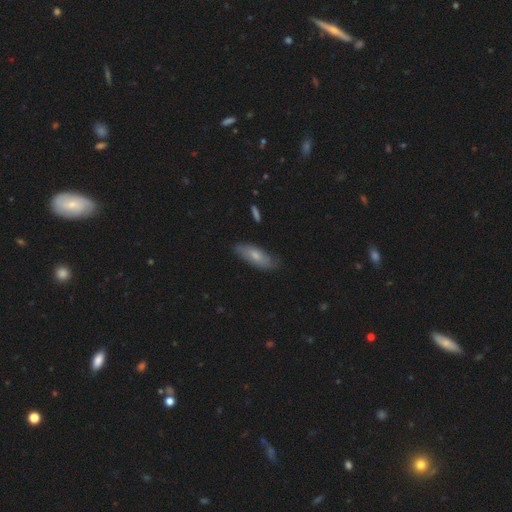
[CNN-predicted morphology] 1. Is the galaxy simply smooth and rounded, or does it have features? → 64% smooth, 30% featured or disk, 6% star or artifact.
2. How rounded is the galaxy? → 70% in between, 27% cigar-shaped, 2% round.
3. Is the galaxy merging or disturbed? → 73% none, 22% minor disturbance, 4% major disturbance, 2% merger.